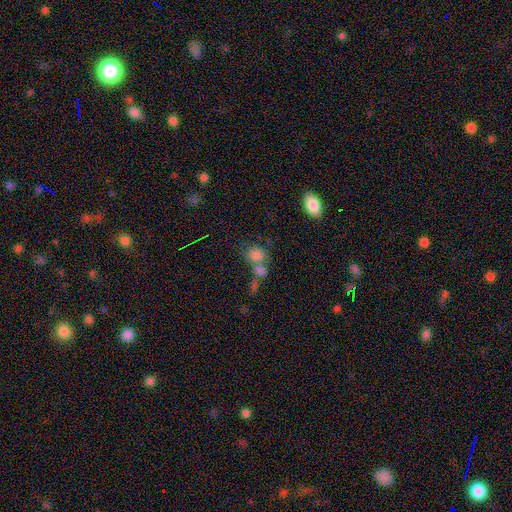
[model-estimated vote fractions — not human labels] Smooth or featured: smooth — 77% (star or artifact — 12%)
How rounded: round — 62% (in between — 37%)
Merging: merger — 46% (none — 37%)